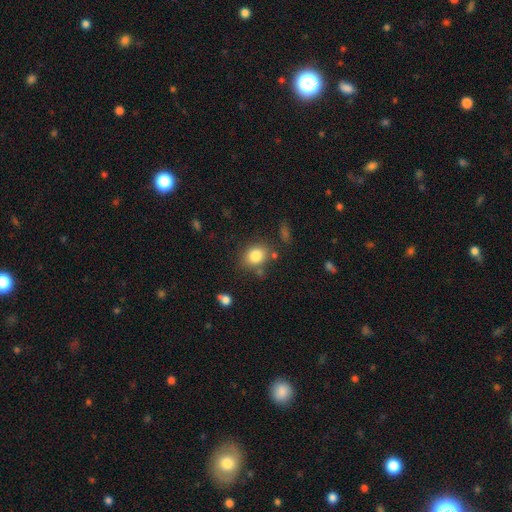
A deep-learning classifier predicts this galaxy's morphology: Overall: smooth (82%). How rounded: round (53%; in between 45%). Merging: none (75%).